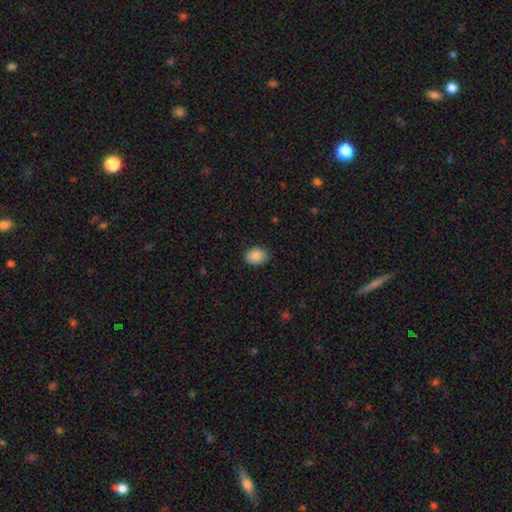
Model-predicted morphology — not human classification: smooth 88%, star or artifact 8%, featured or disk 4%. Down the decision tree: how rounded — in between (67%); merging — none (87%).